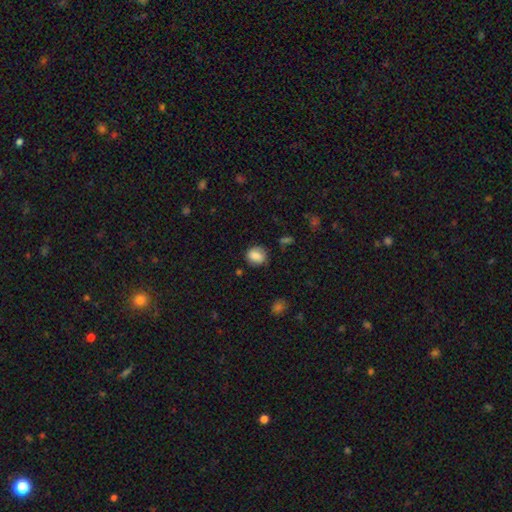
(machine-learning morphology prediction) This appears to be a smooth galaxy with no disk features (82%) that is round (73%). Merging: none (78%).